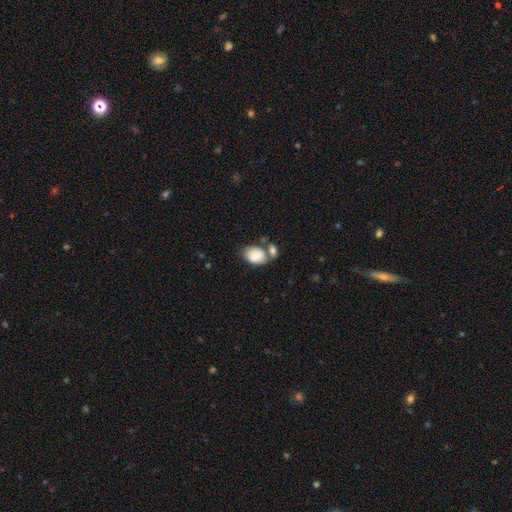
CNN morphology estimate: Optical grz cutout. It shows a smooth galaxy with no disk features (83%) that is in between round and cigar-shaped (77%). Merging: none (41%).